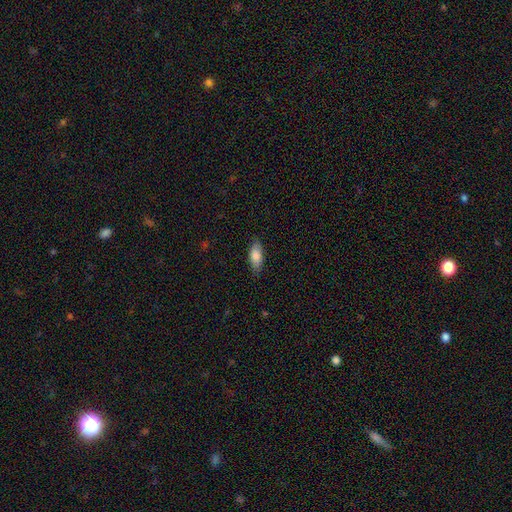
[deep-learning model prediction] This appears to be a smooth galaxy with no disk features (82%) that is in between round and cigar-shaped (81%). Merging: none (82%).